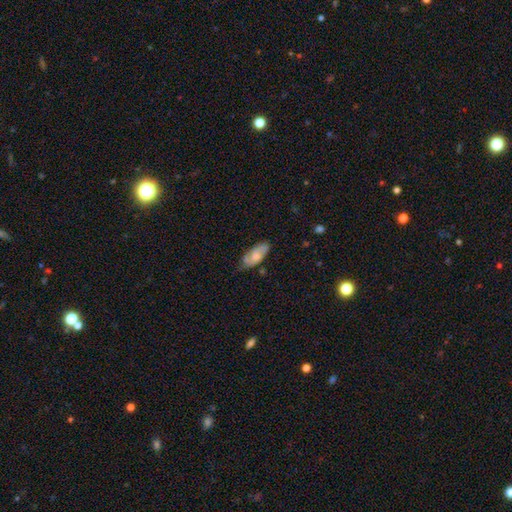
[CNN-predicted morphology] This is possibly a smooth galaxy (55%). How rounded: clearly in between (83%). Merging: likely none (61%).